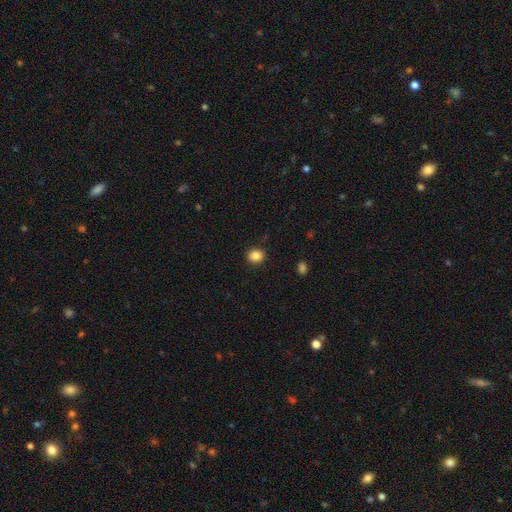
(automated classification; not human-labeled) Smooth or featured? smooth (85%)
How rounded? round (81%)
Merging? none (91%)